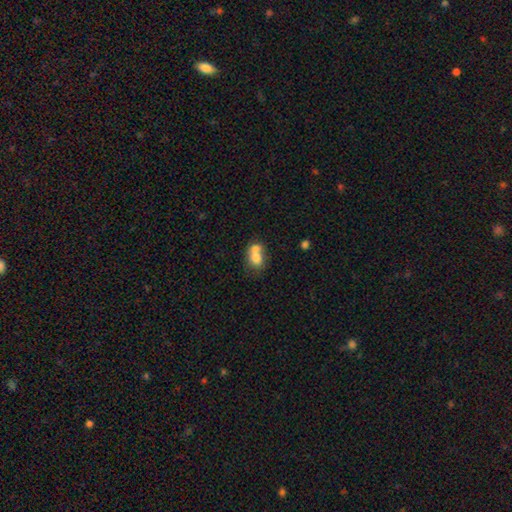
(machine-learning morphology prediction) Smooth or featured?
  - smooth: 71% *
  - featured or disk: 20%
  - star or artifact: 9%
How rounded?
  - in between: 52% *
  - round: 47%
  - cigar-shaped: 1%
Merging?
  - merger: 65% *
  - none: 23%
  - minor disturbance: 8%
  - major disturbance: 4%